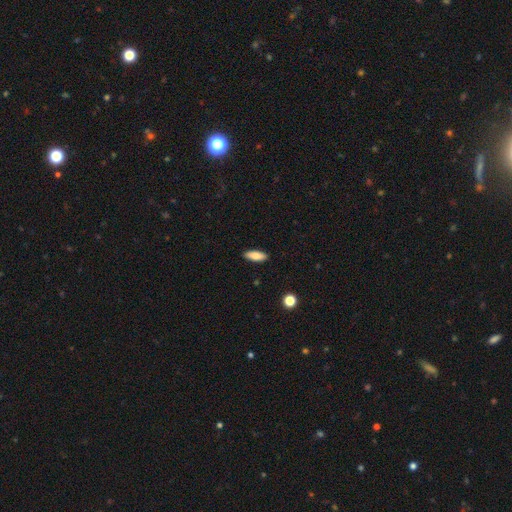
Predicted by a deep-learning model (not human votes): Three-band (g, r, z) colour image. It shows a smooth galaxy with no disk features (83%) that is in between round and cigar-shaped (73%). Merging: none (90%).